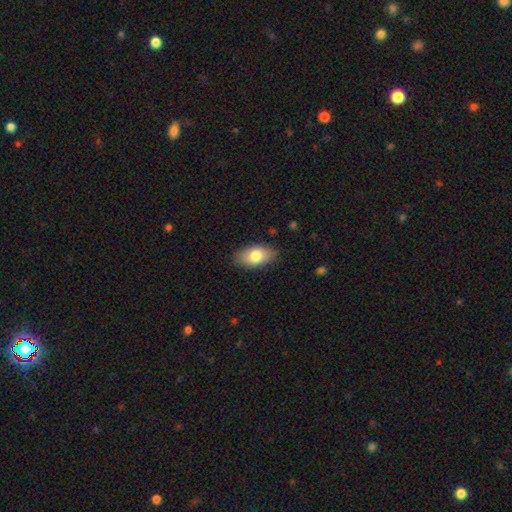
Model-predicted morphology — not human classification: This appears to be a smooth galaxy with no disk features (78%) that is in between round and cigar-shaped (92%). Merging: none (85%).